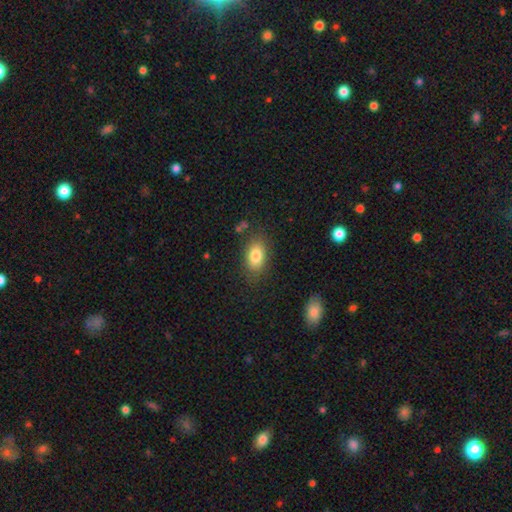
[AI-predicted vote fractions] Morphology: type=smooth (82%); roundness=in between (87%); merging=none (80%).